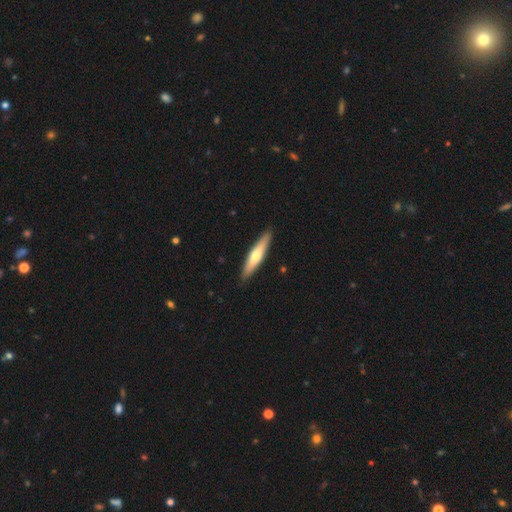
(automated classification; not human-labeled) This is possibly a smooth galaxy (55%). How rounded: clearly cigar-shaped (87%). Merging: clearly none (90%).